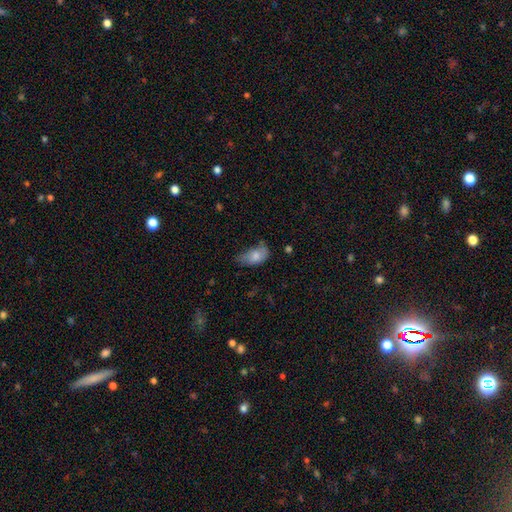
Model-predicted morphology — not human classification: This is likely a smooth galaxy (76%). How rounded: clearly in between (91%). Merging: marginally minor disturbance (44%).